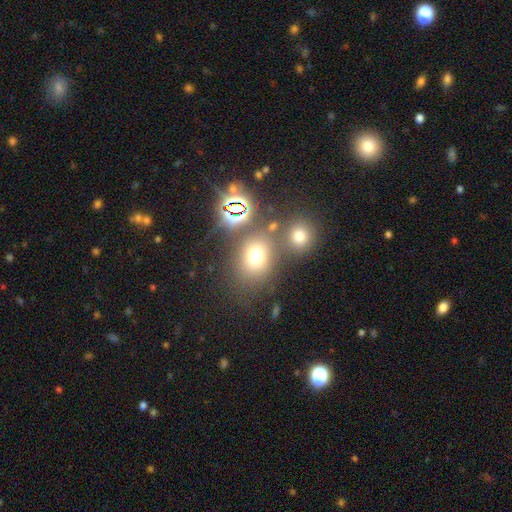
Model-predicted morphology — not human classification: Smooth or featured? smooth (66%)
How rounded? round (56%)
Merging? none (62%)